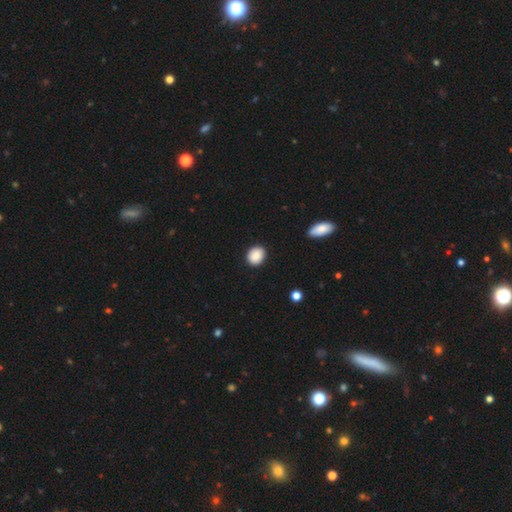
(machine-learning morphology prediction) Smooth or featured: smooth — 86% (star or artifact — 8%)
How rounded: round — 65% (in between — 34%)
Merging: none — 89% (minor disturbance — 8%)